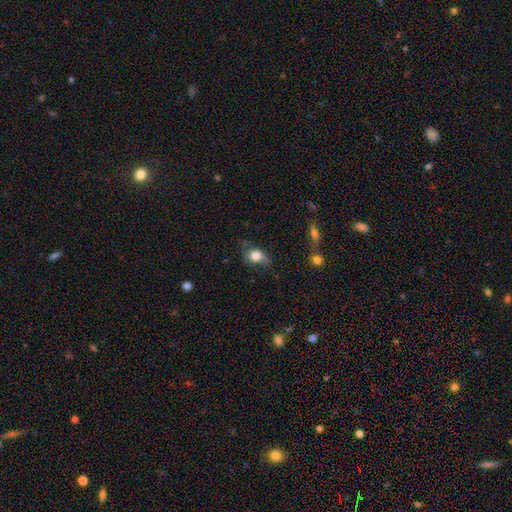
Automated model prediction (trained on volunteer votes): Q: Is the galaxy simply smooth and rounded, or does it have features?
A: smooth — 73%.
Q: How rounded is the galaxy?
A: in between — 66%.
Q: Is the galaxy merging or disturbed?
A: none — 49%.